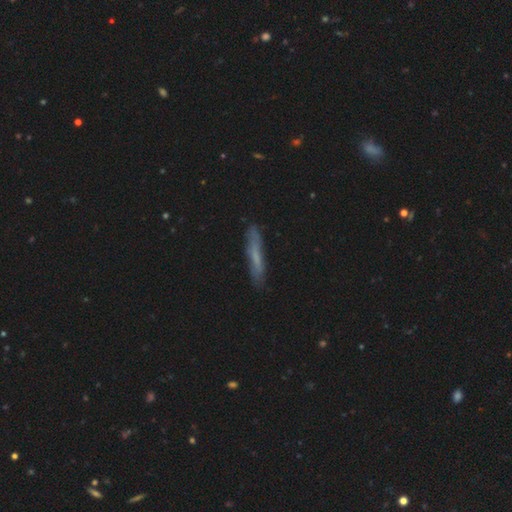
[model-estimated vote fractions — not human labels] A smooth galaxy with no disk features (55%) that is cigar-shaped (92%).

Vote fractions:
- Smooth or featured? smooth: 55% / featured or disk: 37% / star or artifact: 8%
- How rounded? cigar-shaped: 92% / in between: 7% / round: 2%
- Merging? none: 81% / minor disturbance: 14% / major disturbance: 3% / merger: 2%